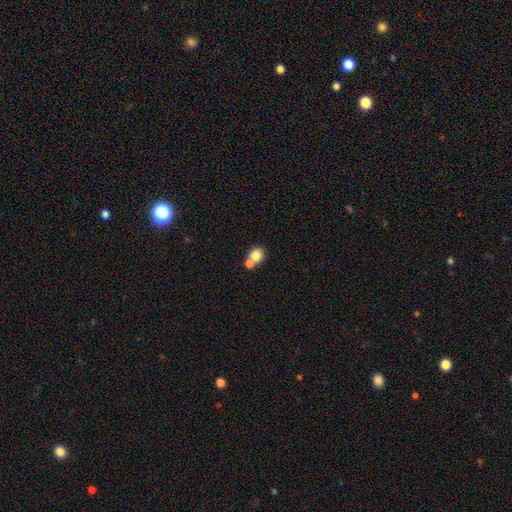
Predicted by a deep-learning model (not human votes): This is clearly a smooth galaxy (81%). How rounded: likely round (78%). Merging: possibly merger (50%).